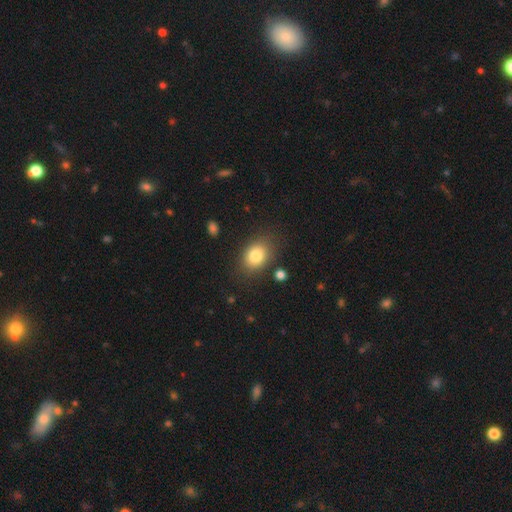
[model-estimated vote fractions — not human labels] A smooth galaxy with no disk features (82%) that is in between round and cigar-shaped (68%).

Vote fractions:
- Smooth or featured? smooth: 82% / star or artifact: 9% / featured or disk: 8%
- How rounded? in between: 68% / round: 31% / cigar-shaped: 1%
- Merging? none: 80% / minor disturbance: 13% / major disturbance: 4% / merger: 3%